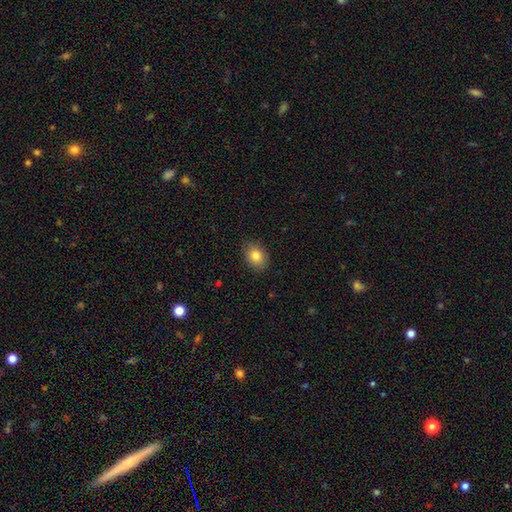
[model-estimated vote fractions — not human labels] Smooth or featured?
  - smooth: 84% *
  - star or artifact: 9%
  - featured or disk: 7%
How rounded?
  - in between: 65% *
  - round: 34%
  - cigar-shaped: 1%
Merging?
  - none: 88% *
  - minor disturbance: 9%
  - major disturbance: 2%
  - merger: 1%